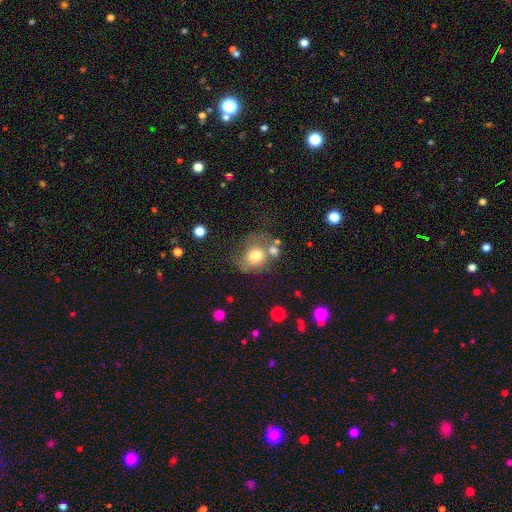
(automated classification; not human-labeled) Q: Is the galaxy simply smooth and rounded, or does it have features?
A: smooth — 70%.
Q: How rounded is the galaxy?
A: round — 71%.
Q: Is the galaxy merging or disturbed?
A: none — 42%.